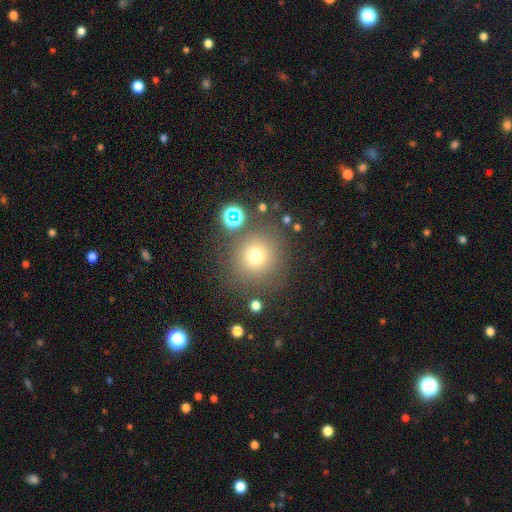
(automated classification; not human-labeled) Morphology: type=smooth (71%); roundness=round (92%); merging=none (81%).